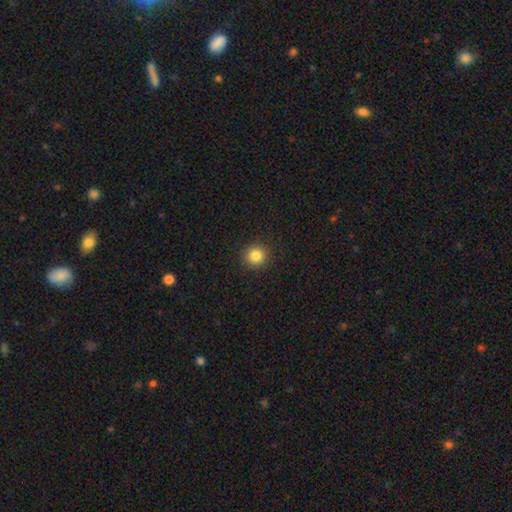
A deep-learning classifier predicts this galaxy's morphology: This is clearly a smooth galaxy (84%). How rounded: clearly round (94%). Merging: clearly none (92%).